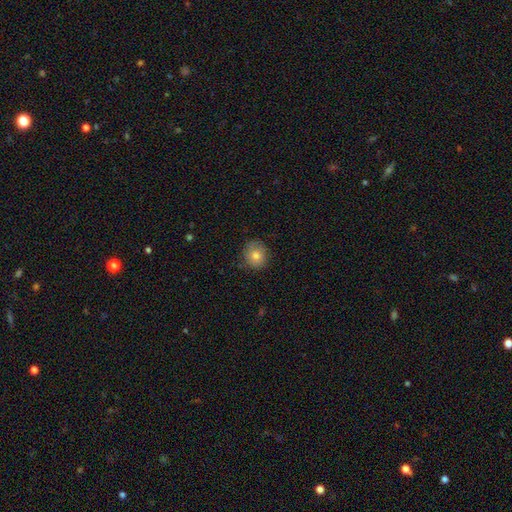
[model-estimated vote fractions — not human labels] Smooth or featured?
  - smooth: 79% *
  - featured or disk: 11%
  - star or artifact: 10%
How rounded?
  - round: 85% *
  - in between: 14%
  - cigar-shaped: 1%
Merging?
  - none: 81% *
  - minor disturbance: 15%
  - major disturbance: 3%
  - merger: 1%